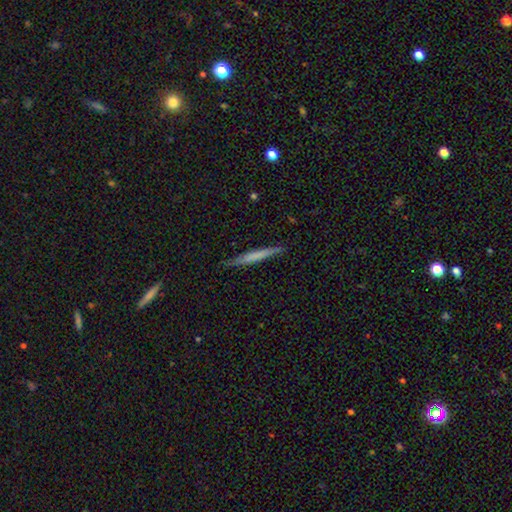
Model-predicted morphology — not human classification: Smooth or featured? Predicted: smooth (p=0.55). How rounded? Predicted: cigar-shaped (p=0.96). Merging? Predicted: none (p=0.85).